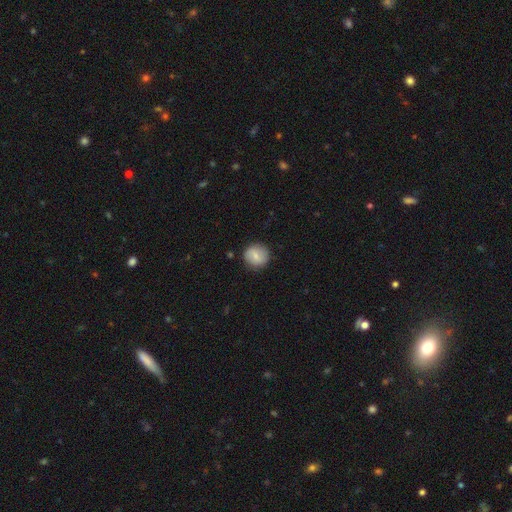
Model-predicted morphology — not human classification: This appears to be a smooth galaxy with no disk features (71%) that is round (90%). Merging: none (86%).